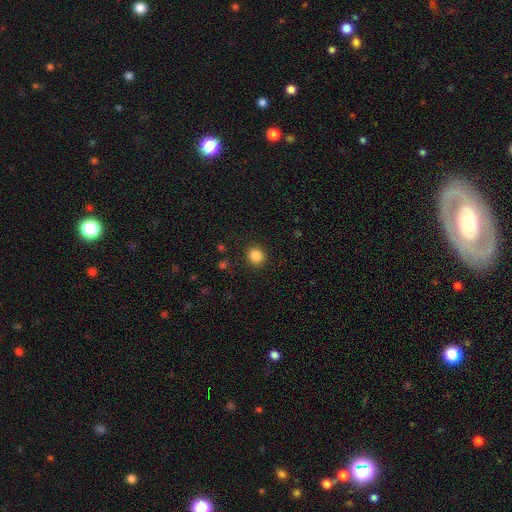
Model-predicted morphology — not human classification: A smooth galaxy with no disk features (86%) that is round (90%).

Vote fractions:
- Smooth or featured? smooth: 86% / star or artifact: 11% / featured or disk: 3%
- How rounded? round: 90% / in between: 9% / cigar-shaped: 1%
- Merging? none: 90% / minor disturbance: 7% / major disturbance: 2% / merger: 1%